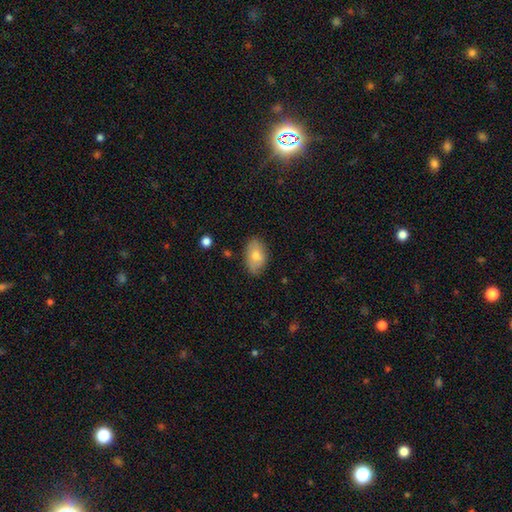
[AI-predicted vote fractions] Morphology: type=smooth (74%); roundness=in between (90%); merging=none (80%).